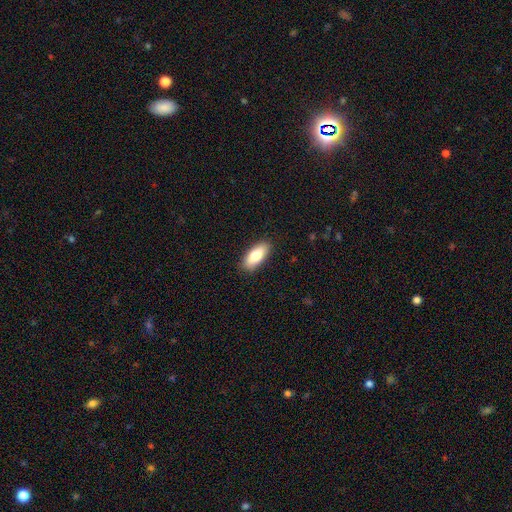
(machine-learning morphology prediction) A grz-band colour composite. It shows a smooth galaxy with no disk features (80%) that is in between round and cigar-shaped (82%). Merging: none (89%).